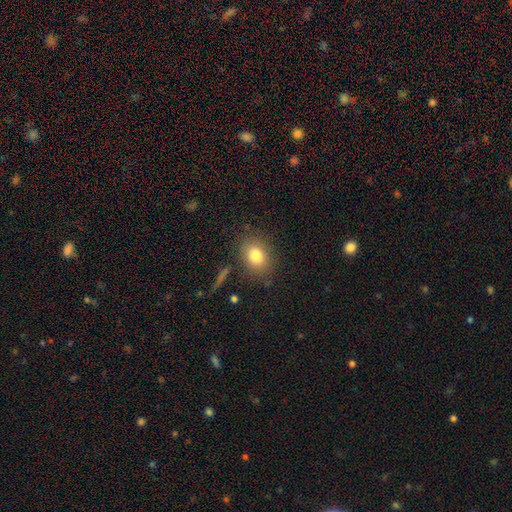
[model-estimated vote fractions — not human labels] Morphology: type=smooth (81%); roundness=in between (62%); merging=none (80%).